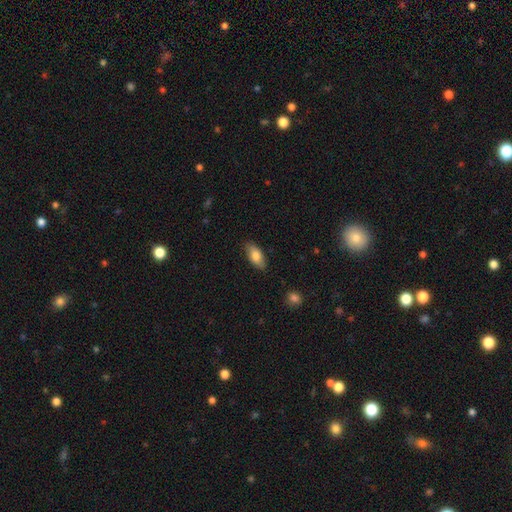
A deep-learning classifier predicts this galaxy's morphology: This appears to be a smooth galaxy with no disk features (79%) that is in between round and cigar-shaped (88%). Merging: none (84%).